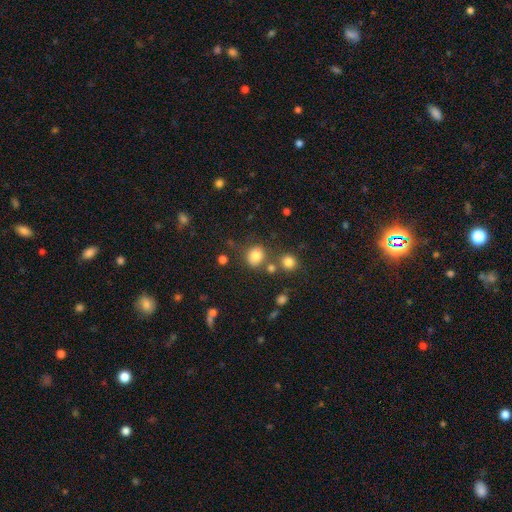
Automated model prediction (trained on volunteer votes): The model was most divided on "how rounded": round: 69%, in between: 30%, cigar-shaped: 1%. More confident: smooth or featured — smooth (78%); merging — none (68%).